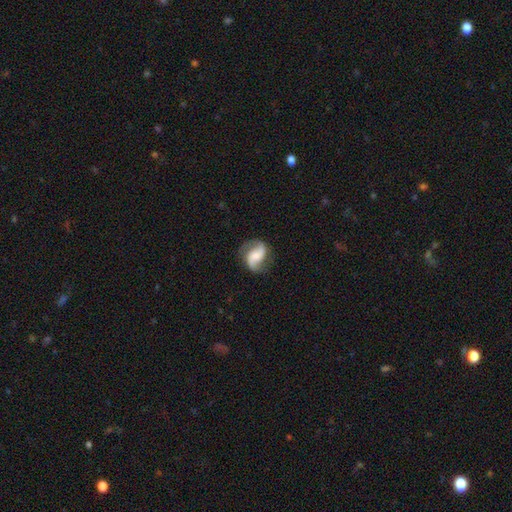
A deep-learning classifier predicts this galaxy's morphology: Smooth or featured: featured or disk — 79% (smooth — 15%)
Edge-on disk: no — 98% (yes — 2%)
Bar: no — 48% (weak — 36%)
Spiral arms: yes — 96% (no — 4%)
Spiral winding: loose — 45% (medium — 41%)
Spiral arm count: 2 — 91% (1 — 3%)
Bulge size: moderate — 37% (tied with small — 37%)
Merging: none — 75% (minor disturbance — 16%)